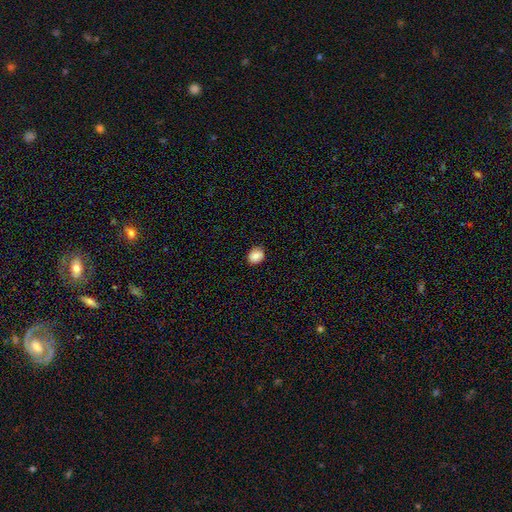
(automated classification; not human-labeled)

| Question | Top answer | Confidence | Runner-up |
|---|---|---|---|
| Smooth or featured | smooth | 82% | featured or disk (9%) |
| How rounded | round | 61% | in between (38%) |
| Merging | none | 86% | minor disturbance (11%) |